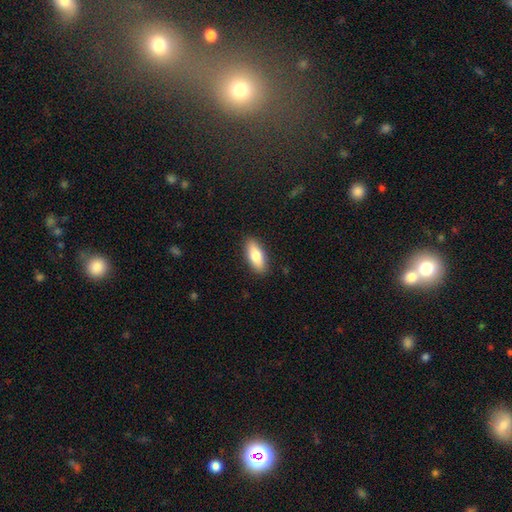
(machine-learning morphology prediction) A smooth galaxy with no disk features (78%) that is in between round and cigar-shaped (76%). Merging: none (88%).